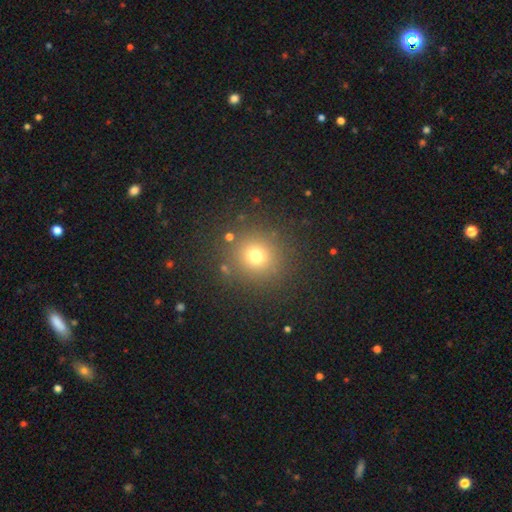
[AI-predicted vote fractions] Overall: smooth (71%). How rounded: round (91%). Merging: none (86%).